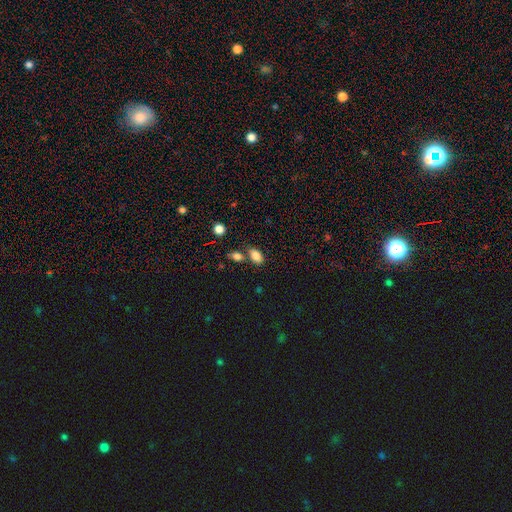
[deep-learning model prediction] Smooth or featured: smooth — 84% (star or artifact — 10%)
How rounded: in between — 89% (round — 8%)
Merging: none — 63% (merger — 20%)